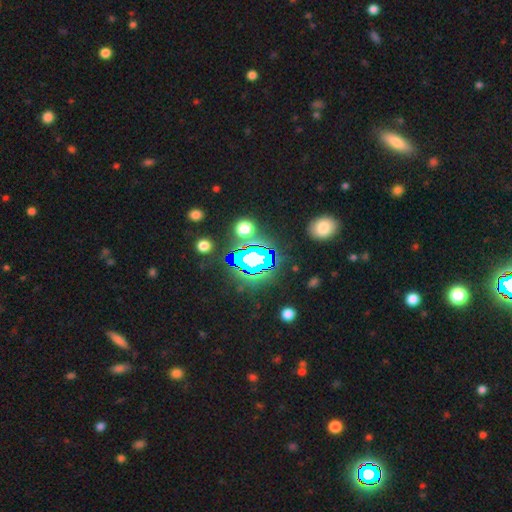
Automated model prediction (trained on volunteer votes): A star or artifact, not a galaxy (67%).